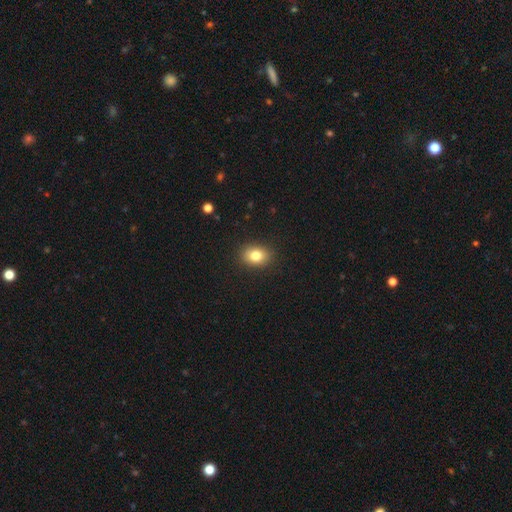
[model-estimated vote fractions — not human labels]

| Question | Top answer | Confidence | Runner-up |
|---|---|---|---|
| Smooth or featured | smooth | 82% | star or artifact (10%) |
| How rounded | in between | 66% | round (32%) |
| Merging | none | 89% | minor disturbance (8%) |